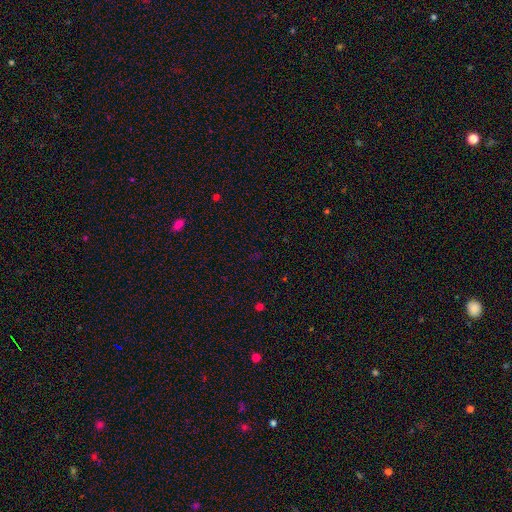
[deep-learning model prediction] Q: Smooth or featured?
A: star or artifact (66%); runner-up: smooth (26%)